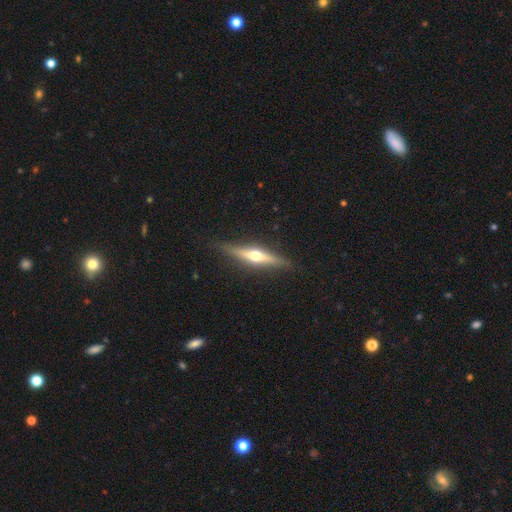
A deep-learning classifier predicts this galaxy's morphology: Smooth or featured? Predicted: featured or disk (p=0.69). Edge-on disk? Predicted: yes (p=0.96). Edge-on bulge? Predicted: rounded (p=0.94). Merging? Predicted: none (p=0.88).